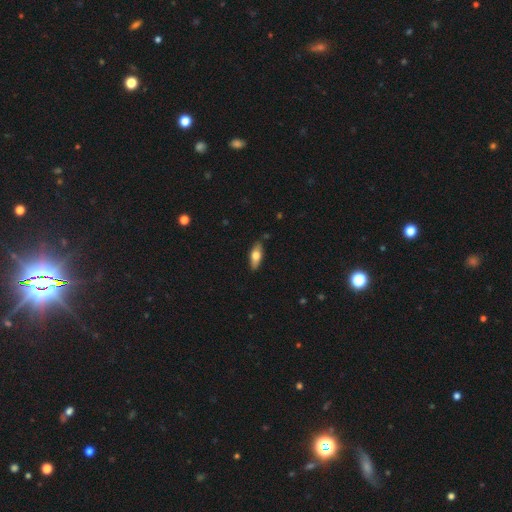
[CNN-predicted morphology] Overall: smooth (64%; featured or disk 30%). How rounded: in between (70%). Merging: none (85%).